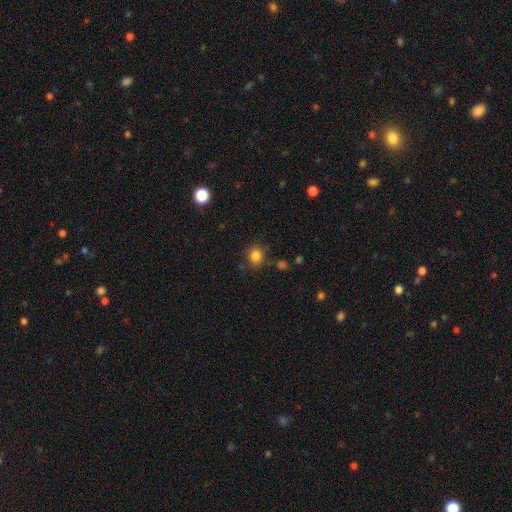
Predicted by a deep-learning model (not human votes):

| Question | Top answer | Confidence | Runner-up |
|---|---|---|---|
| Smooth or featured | smooth | 83% | star or artifact (12%) |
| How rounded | round | 79% | in between (20%) |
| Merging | none | 82% | minor disturbance (12%) |